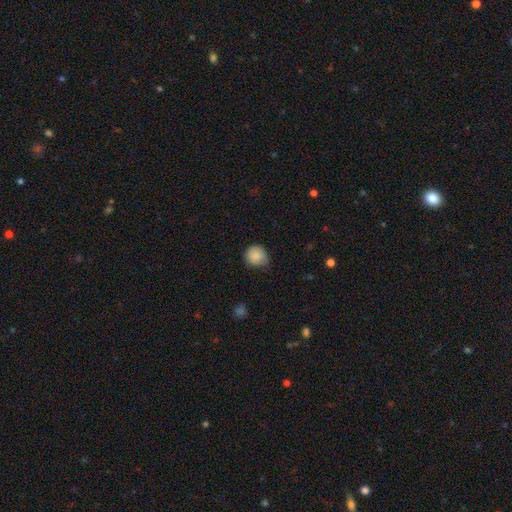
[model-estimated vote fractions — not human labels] smooth_or_featured: smooth (p=0.87) [alt: star or artifact p=0.08]
how_rounded: round (p=0.85) [alt: in between p=0.14]
merging: none (p=0.65) [alt: minor disturbance p=0.29]